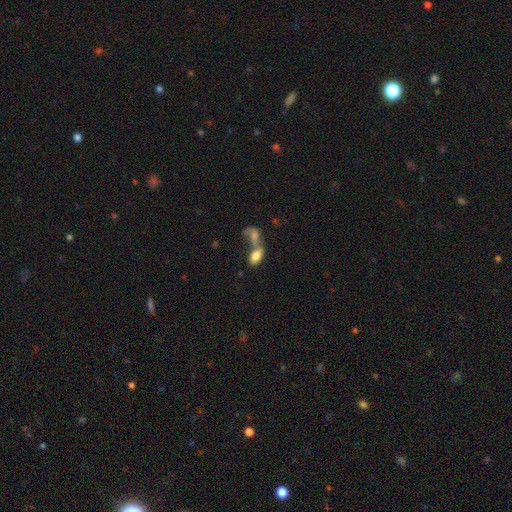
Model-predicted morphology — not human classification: smooth-or-featured: smooth: 74% | featured or disk: 17% | star or artifact: 9%
  how-rounded: in between: 89% | round: 8% | cigar-shaped: 3%
  merging: merger: 63% | none: 21% | major disturbance: 9% | minor disturbance: 8%